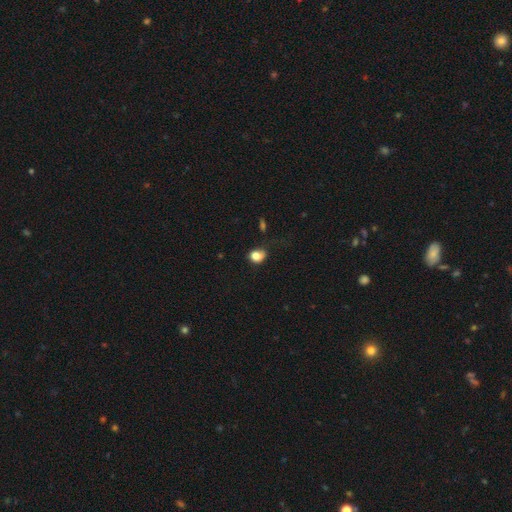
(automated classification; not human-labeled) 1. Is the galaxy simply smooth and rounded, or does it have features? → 81% smooth, 10% star or artifact, 9% featured or disk.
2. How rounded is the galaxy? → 55% round, 44% in between, 1% cigar-shaped.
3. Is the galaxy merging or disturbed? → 52% none, 32% minor disturbance, 13% major disturbance, 3% merger.